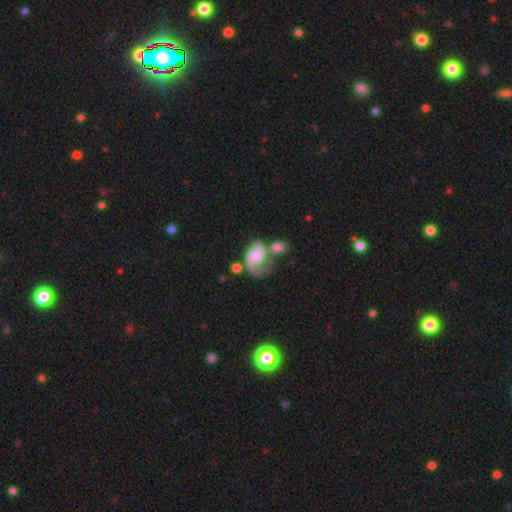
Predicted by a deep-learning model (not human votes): This appears to be a featured or disk galaxy (61%) with no bar (66%), 2 (59%) loose (46%) spiral arms (87%) and no central bulge (50%). Merging: merger (34%).